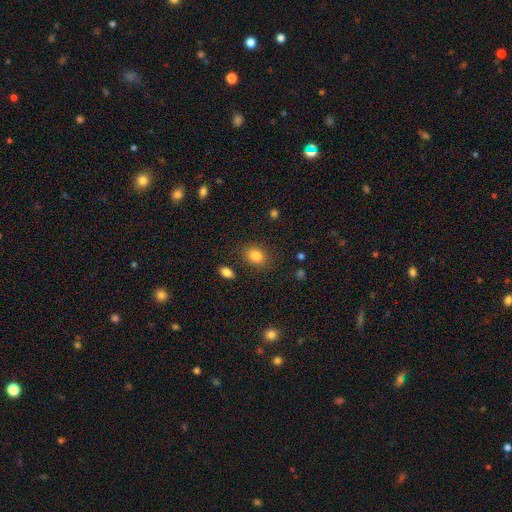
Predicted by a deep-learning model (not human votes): This is clearly a smooth galaxy (85%). How rounded: likely in between (63%). Merging: clearly none (82%).